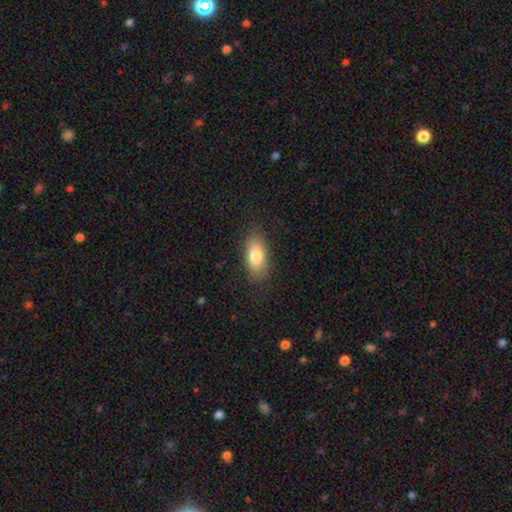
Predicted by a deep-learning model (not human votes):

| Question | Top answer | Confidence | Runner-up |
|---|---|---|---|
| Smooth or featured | smooth | 81% | featured or disk (11%) |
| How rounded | in between | 86% | cigar-shaped (10%) |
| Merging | none | 83% | minor disturbance (12%) |